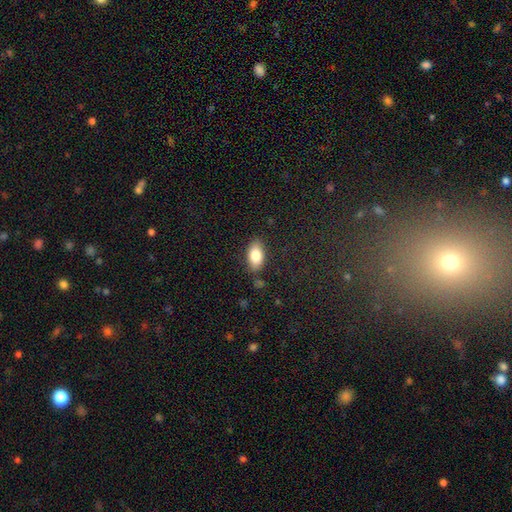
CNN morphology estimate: Smooth or featured? smooth (82%)
How rounded? in between (91%)
Merging? none (82%)